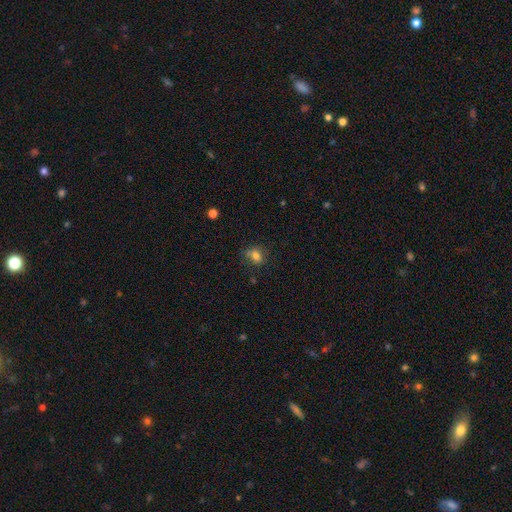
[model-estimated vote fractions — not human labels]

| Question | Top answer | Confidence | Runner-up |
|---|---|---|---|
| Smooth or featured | smooth | 75% | star or artifact (14%) |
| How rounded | round | 52% | in between (47%) |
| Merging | none | 66% | minor disturbance (21%) |